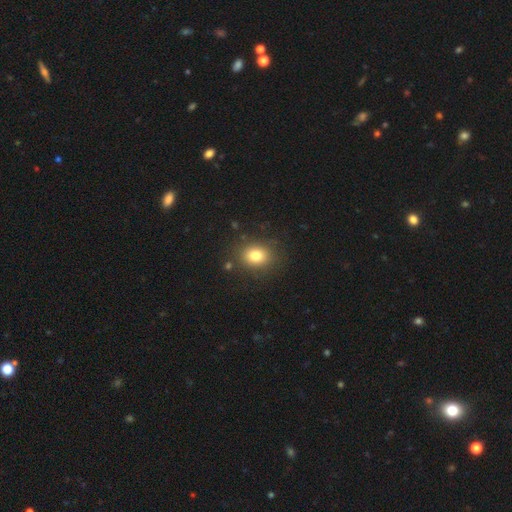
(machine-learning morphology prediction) smooth 79%, star or artifact 12%, featured or disk 9%. Down the decision tree: how rounded — round (56%); merging — none (83%).